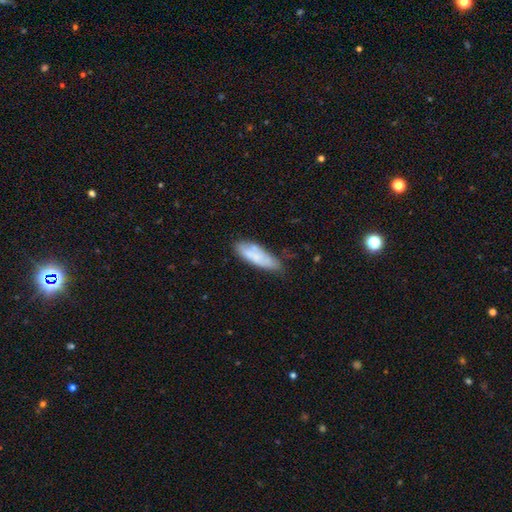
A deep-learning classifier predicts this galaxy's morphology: Q: Smooth or featured?
A: smooth (66%); runner-up: featured or disk (27%)
Q: How rounded?
A: in between (58%); runner-up: cigar-shaped (40%)
Q: Merging?
A: none (59%); runner-up: minor disturbance (28%)